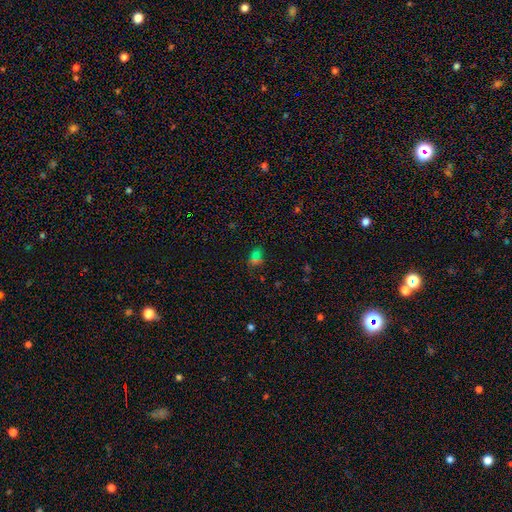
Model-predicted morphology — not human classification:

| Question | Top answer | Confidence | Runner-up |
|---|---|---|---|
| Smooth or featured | smooth | 51% | star or artifact (40%) |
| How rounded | in between | 61% | round (35%) |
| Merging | none | 70% | minor disturbance (13%) |